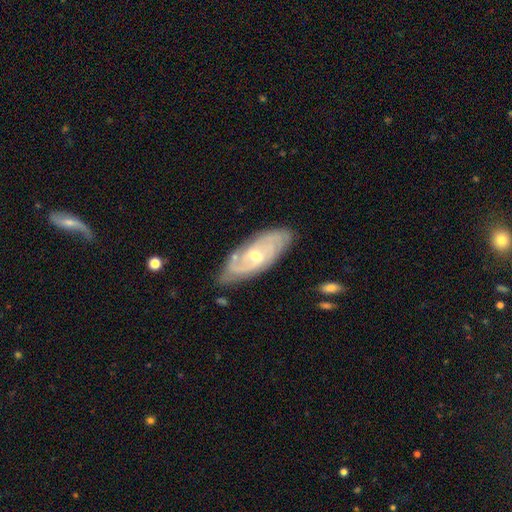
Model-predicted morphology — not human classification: This appears to be a featured or disk galaxy (81%) with no bar (46%), 2 (44%) tight (52%) spiral arms (93%) and a moderate central bulge (53%). Merging: none (75%).